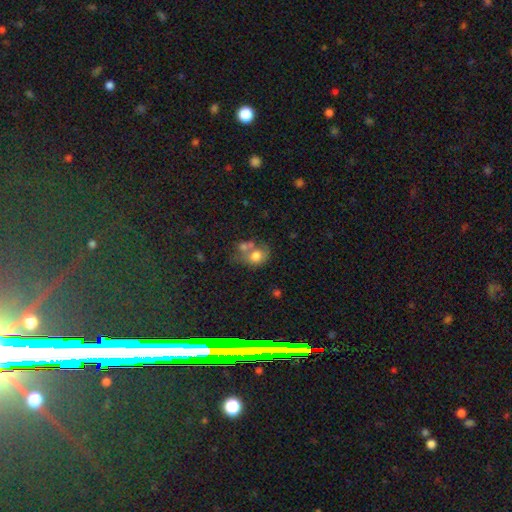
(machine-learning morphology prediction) The model was most divided on "how rounded": in between: 50%, round: 49%, cigar-shaped: 1%. Remaining: smooth or featured — smooth (68%); merging — merger (48%).